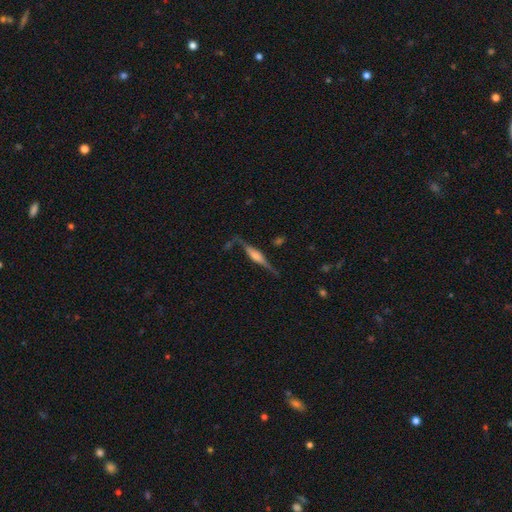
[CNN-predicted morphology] Overall: featured or disk (76%). Edge-on disk: yes (94%). Edge-on bulge: rounded (61%; boxy 31%). Merging: none (73%).